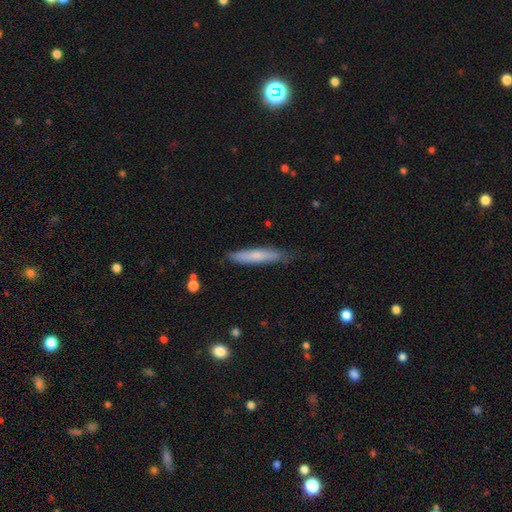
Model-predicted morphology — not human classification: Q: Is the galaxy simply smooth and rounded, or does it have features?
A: smooth — 69%.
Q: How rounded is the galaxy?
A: cigar-shaped — 91%.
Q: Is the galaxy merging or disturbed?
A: none — 76%.